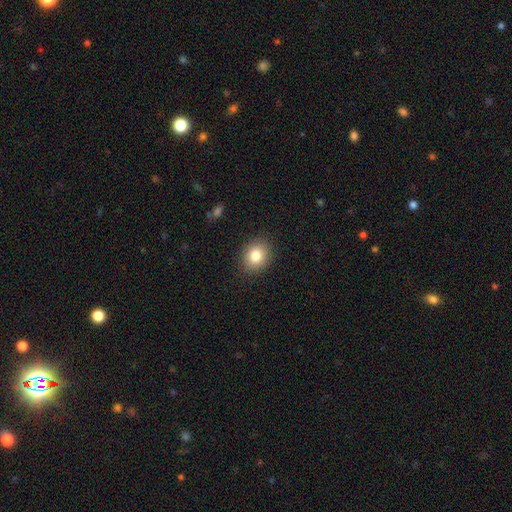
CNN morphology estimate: This appears to be a smooth galaxy with no disk features (82%) that is round (57%). Merging: none (88%).